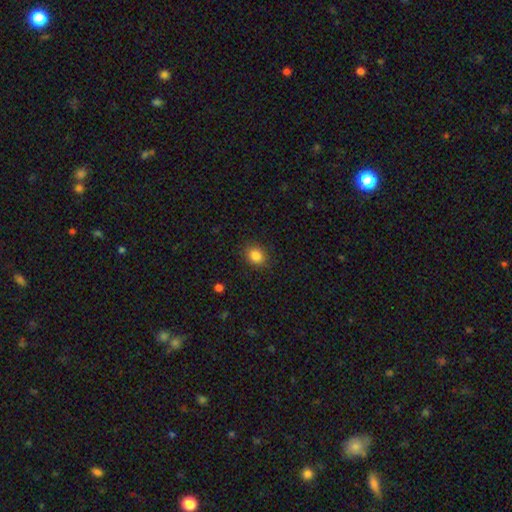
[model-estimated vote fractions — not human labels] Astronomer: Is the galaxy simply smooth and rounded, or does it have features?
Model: smooth — 85%.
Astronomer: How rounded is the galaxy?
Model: round — 66%.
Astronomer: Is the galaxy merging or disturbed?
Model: none — 87%.